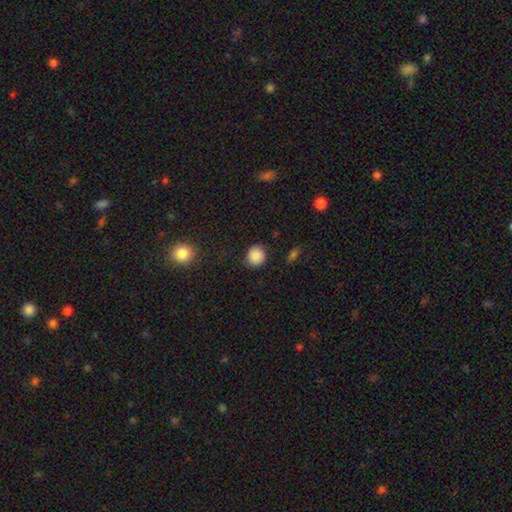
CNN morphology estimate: Overall: smooth (86%). How rounded: round (88%). Merging: none (83%).